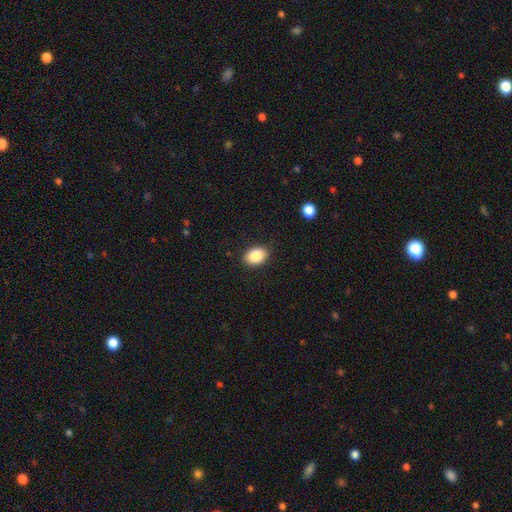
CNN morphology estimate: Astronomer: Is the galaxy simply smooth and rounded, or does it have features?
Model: smooth — 87%.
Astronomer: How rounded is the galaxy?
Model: in between — 78%.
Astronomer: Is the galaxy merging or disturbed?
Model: none — 88%.